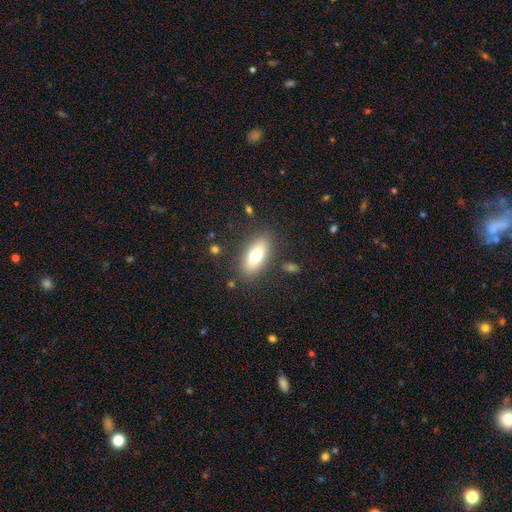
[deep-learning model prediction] smooth 71%, featured or disk 21%, star or artifact 8%. Down the decision tree: how rounded — in between (84%); merging — none (82%).